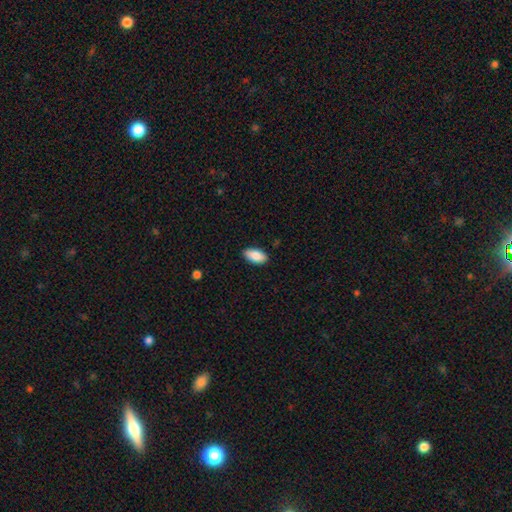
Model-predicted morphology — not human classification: Overall: smooth (87%). How rounded: in between (94%). Merging: none (88%).